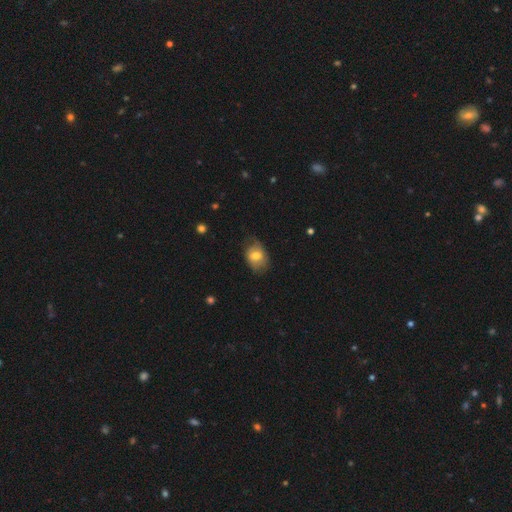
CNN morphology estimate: smooth 67%, featured or disk 25%, star or artifact 8%. Down the decision tree: how rounded — in between (68%); merging — none (57%).